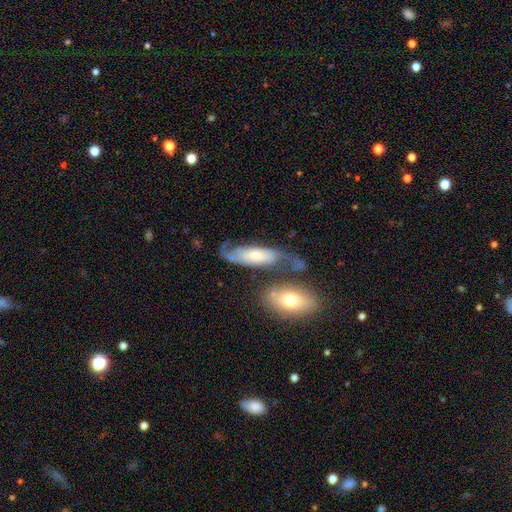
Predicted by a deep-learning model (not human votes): A featured or disk galaxy (59%) with no bar (67%), spiral arms (86%) and a moderate central bulge (39%).

Vote fractions:
- Smooth or featured? featured or disk: 59% / smooth: 34% / star or artifact: 7%
- Edge-on disk? no: 85% / yes: 15%
- Bar? no: 67% / weak: 25% / strong: 8%
- Spiral arms? yes: 86% / no: 14%
- Bulge size? moderate: 39% / small: 37% / large: 14% / none: 7% / dominant: 3%
- Merging? none: 41% / minor disturbance: 22% / merger: 20% / major disturbance: 17%